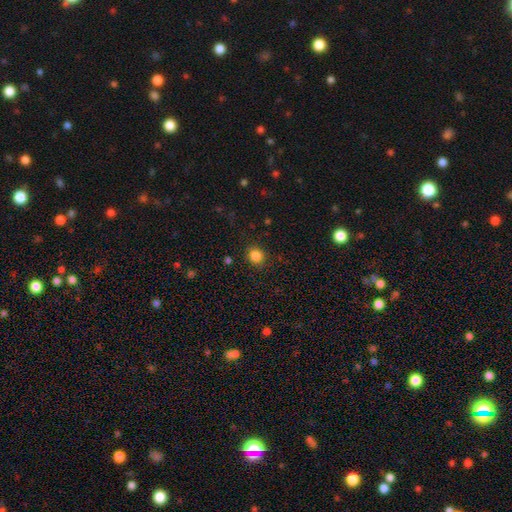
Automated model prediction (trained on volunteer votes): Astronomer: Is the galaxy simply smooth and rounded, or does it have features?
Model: smooth — 85%.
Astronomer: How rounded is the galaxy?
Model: round — 82%.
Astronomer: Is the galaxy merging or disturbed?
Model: none — 88%.